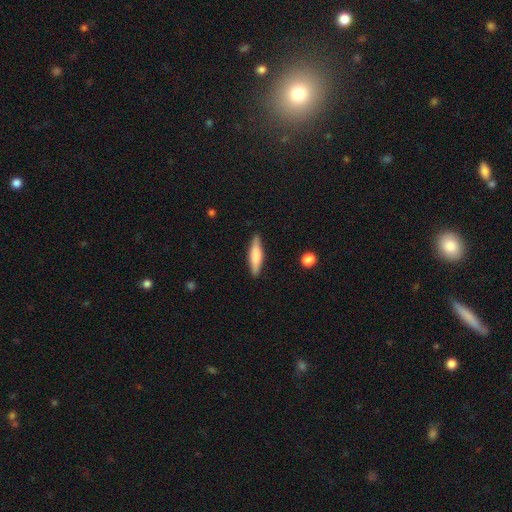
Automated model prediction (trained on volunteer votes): smooth 70%, featured or disk 24%, star or artifact 6%. Down the decision tree: how rounded — cigar-shaped (78%); merging — none (87%).